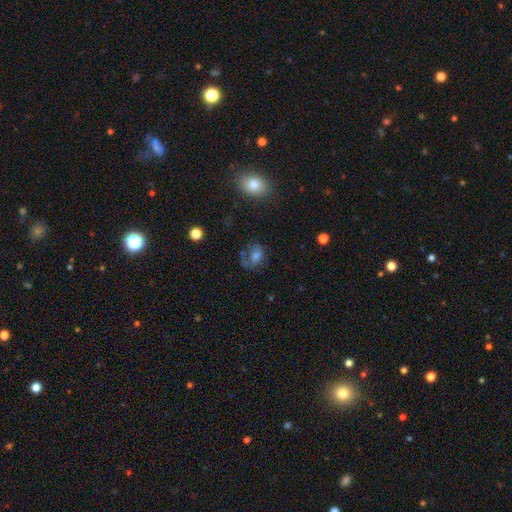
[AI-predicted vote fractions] Overall: smooth (49%; featured or disk 35%). Merging: none (47%; major disturbance 28%).